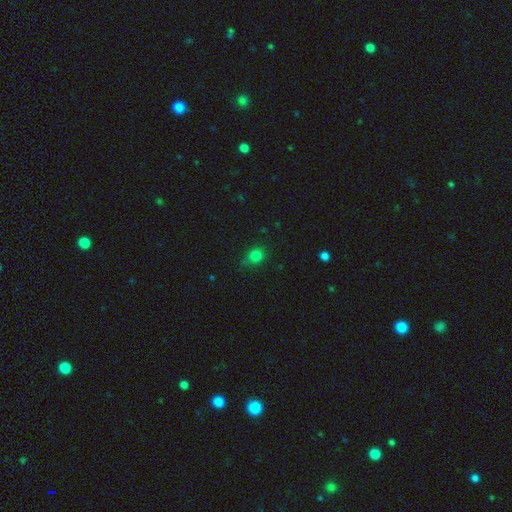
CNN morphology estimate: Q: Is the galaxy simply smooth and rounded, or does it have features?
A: smooth — 81%.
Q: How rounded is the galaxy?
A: round — 77%.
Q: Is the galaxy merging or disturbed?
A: none — 74%.